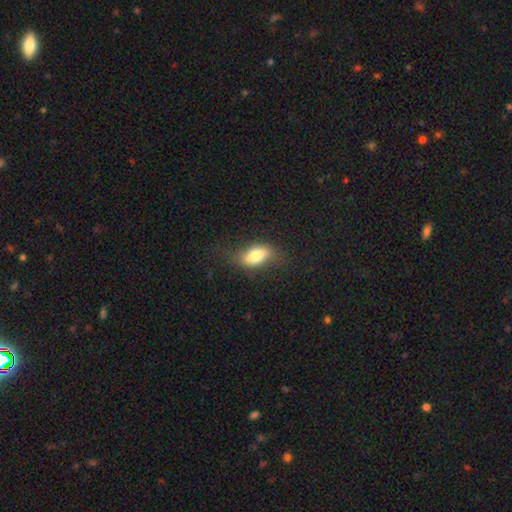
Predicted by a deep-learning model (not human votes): A smooth galaxy with no disk features (75%) that is in between round and cigar-shaped (86%).

Vote fractions:
- Smooth or featured? smooth: 75% / featured or disk: 17% / star or artifact: 8%
- How rounded? in between: 86% / cigar-shaped: 9% / round: 5%
- Merging? none: 69% / minor disturbance: 20% / major disturbance: 9% / merger: 1%